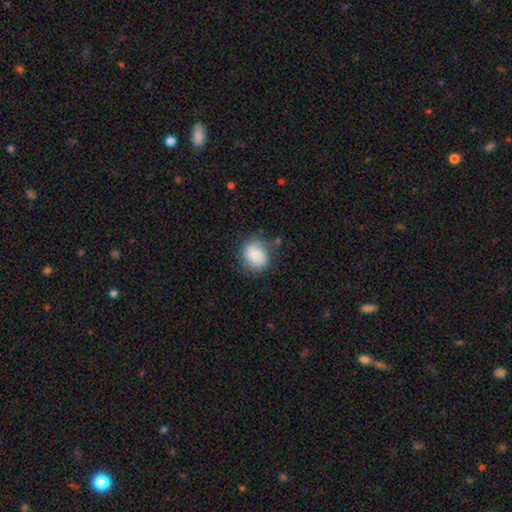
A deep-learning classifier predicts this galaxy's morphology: This is likely a smooth galaxy (69%). How rounded: likely round (68%). Merging: likely none (64%).